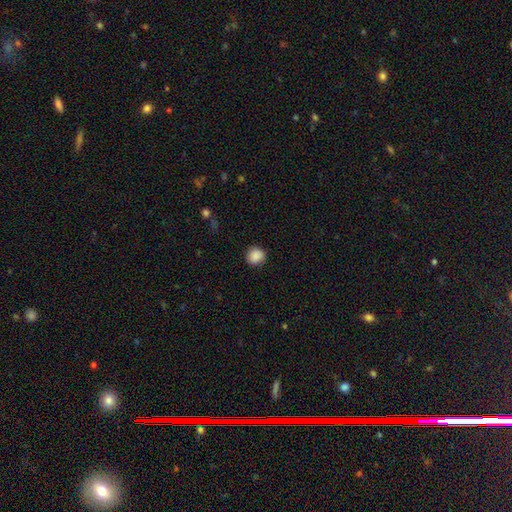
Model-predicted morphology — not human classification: Q: Smooth or featured?
A: smooth (88%); runner-up: star or artifact (9%)
Q: How rounded?
A: round (88%); runner-up: in between (11%)
Q: Merging?
A: none (88%); runner-up: minor disturbance (9%)